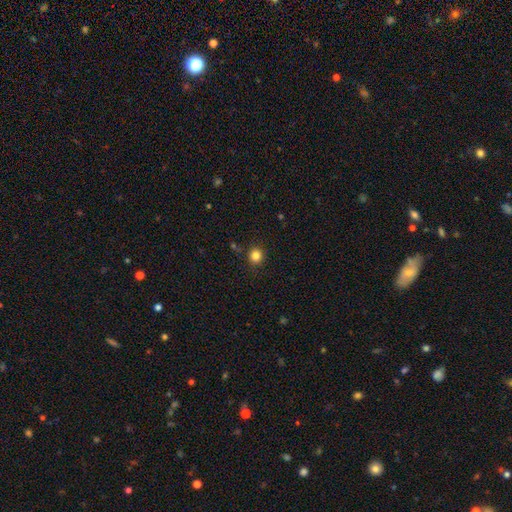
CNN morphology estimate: smooth_or_featured: smooth (p=0.83) [alt: star or artifact p=0.13]
how_rounded: round (p=0.89) [alt: in between p=0.10]
merging: none (p=0.89) [alt: minor disturbance p=0.07]